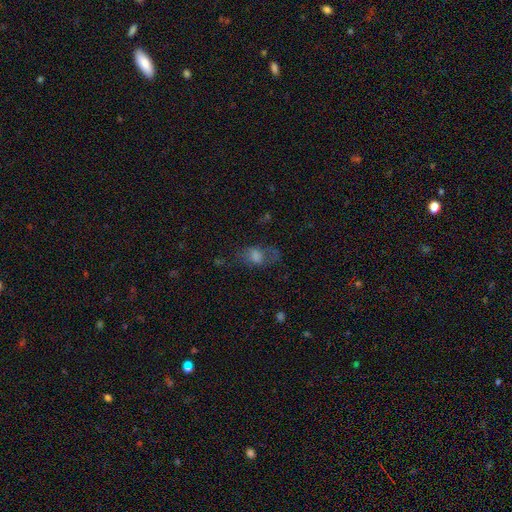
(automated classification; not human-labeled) smooth-or-featured: smooth: 48% | featured or disk: 33% | star or artifact: 19%
  merging: none: 57% | minor disturbance: 21% | major disturbance: 19% | merger: 3%